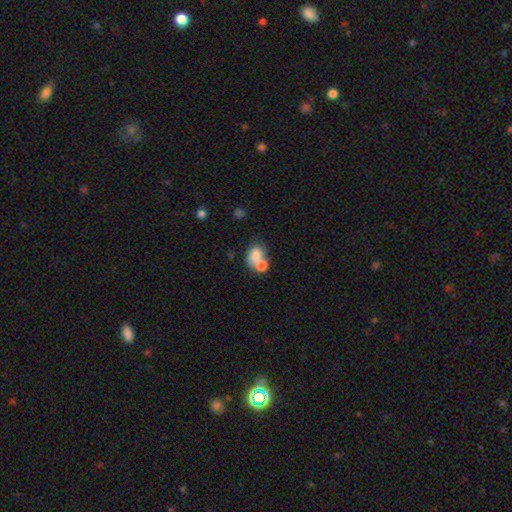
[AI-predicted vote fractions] smooth_or_featured: smooth (p=0.77) [alt: featured or disk p=0.15]
how_rounded: in between (p=0.56) [alt: round p=0.43]
merging: merger (p=0.59) [alt: none p=0.26]